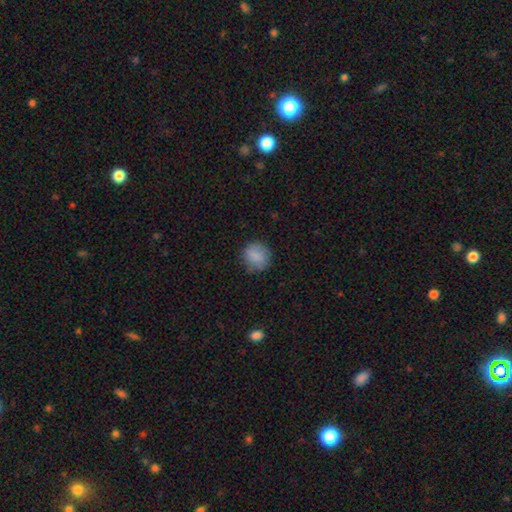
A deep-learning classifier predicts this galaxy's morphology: Q: Smooth or featured?
A: smooth (84%); runner-up: featured or disk (8%)
Q: How rounded?
A: round (84%); runner-up: in between (15%)
Q: Merging?
A: none (77%); runner-up: minor disturbance (17%)